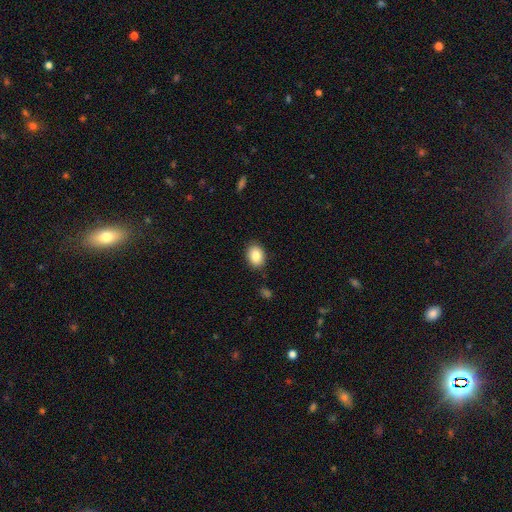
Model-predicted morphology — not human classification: Smooth or featured: smooth — 85% (star or artifact — 8%)
How rounded: in between — 71% (round — 28%)
Merging: none — 87% (minor disturbance — 9%)